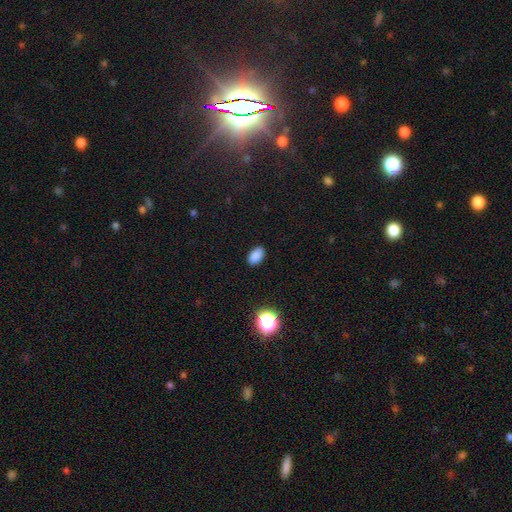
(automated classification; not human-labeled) Smooth or featured: smooth — 85% (star or artifact — 11%)
How rounded: in between — 89% (round — 9%)
Merging: none — 87% (minor disturbance — 10%)